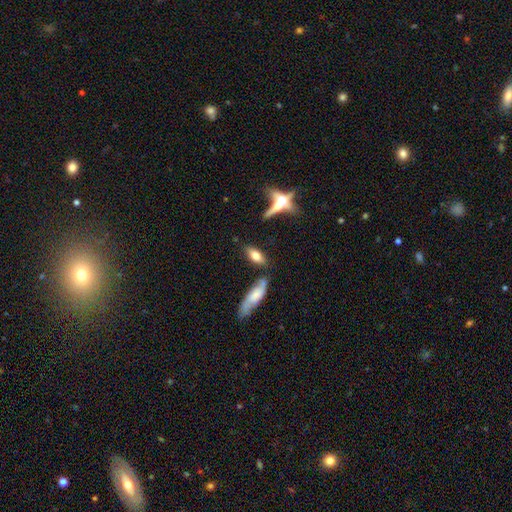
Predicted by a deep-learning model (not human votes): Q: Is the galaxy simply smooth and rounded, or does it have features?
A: smooth — 68%.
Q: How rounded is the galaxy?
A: in between — 76%.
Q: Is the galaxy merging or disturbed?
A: none — 70%.